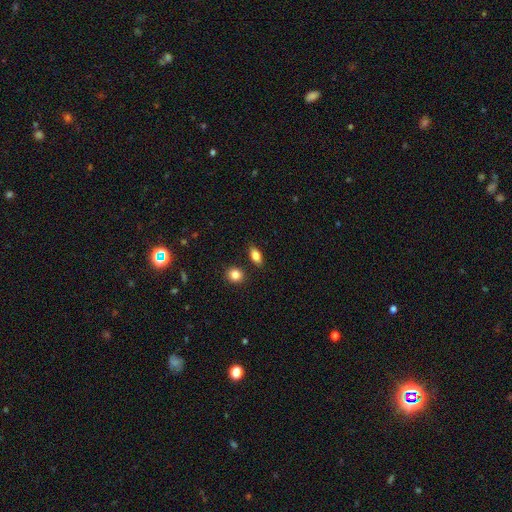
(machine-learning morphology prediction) smooth-or-featured: smooth: 83% | featured or disk: 9% | star or artifact: 8%
  how-rounded: in between: 83% | round: 9% | cigar-shaped: 8%
  merging: none: 84% | minor disturbance: 9% | merger: 4% | major disturbance: 2%